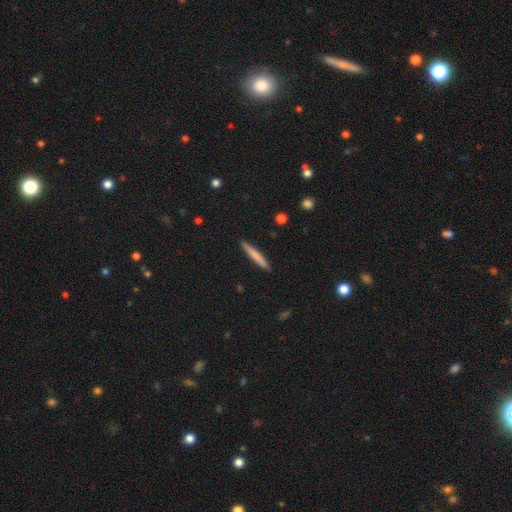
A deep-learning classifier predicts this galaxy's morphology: Q: Smooth or featured?
A: smooth (72%); runner-up: featured or disk (23%)
Q: How rounded?
A: cigar-shaped (95%); runner-up: in between (3%)
Q: Merging?
A: none (90%); runner-up: minor disturbance (7%)